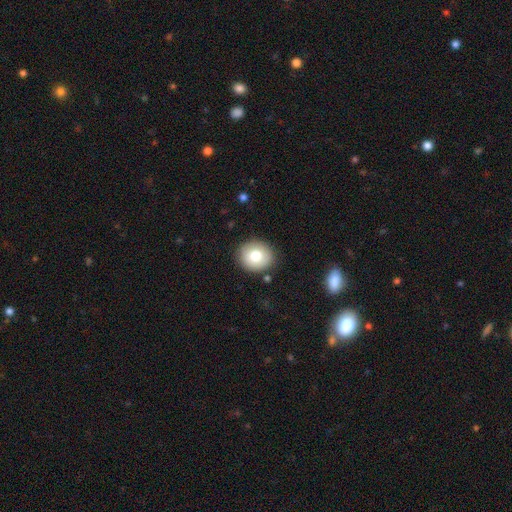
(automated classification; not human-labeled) Smooth or featured? Predicted: smooth (p=0.77). How rounded? Predicted: round (p=0.83). Merging? Predicted: none (p=0.88).